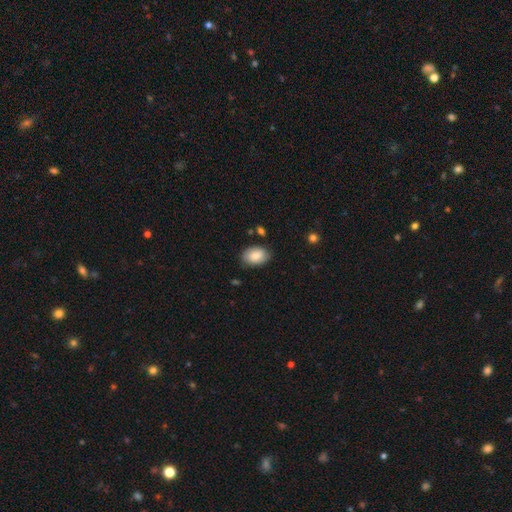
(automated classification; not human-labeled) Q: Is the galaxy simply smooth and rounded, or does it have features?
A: smooth — 85%.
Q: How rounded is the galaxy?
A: in between — 87%.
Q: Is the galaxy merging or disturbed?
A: none — 81%.